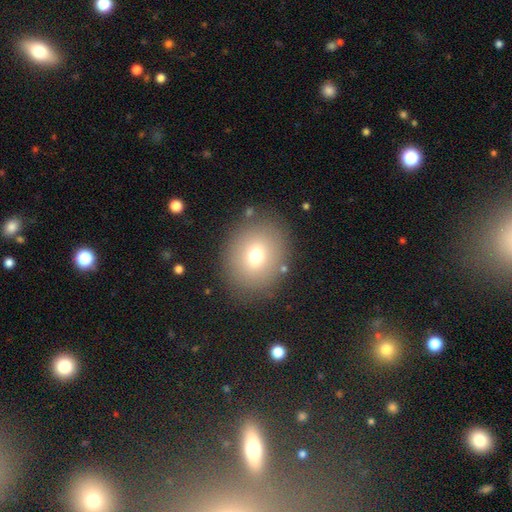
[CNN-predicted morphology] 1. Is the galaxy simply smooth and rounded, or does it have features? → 70% smooth, 16% featured or disk, 14% star or artifact.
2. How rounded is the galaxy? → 74% round, 25% in between, 1% cigar-shaped.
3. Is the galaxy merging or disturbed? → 84% none, 9% minor disturbance, 4% major disturbance, 2% merger.